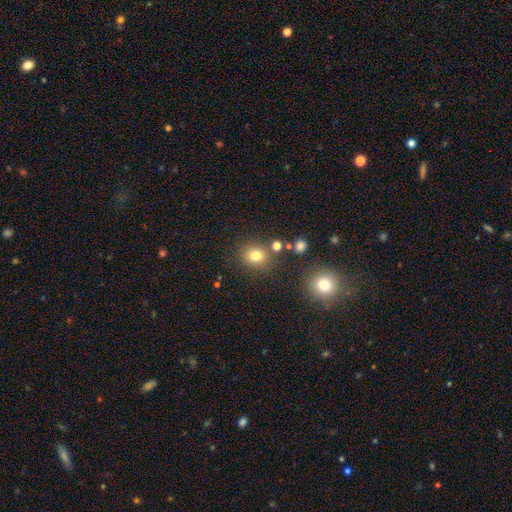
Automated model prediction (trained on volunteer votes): Smooth or featured? smooth (78%)
How rounded? round (74%)
Merging? none (79%)